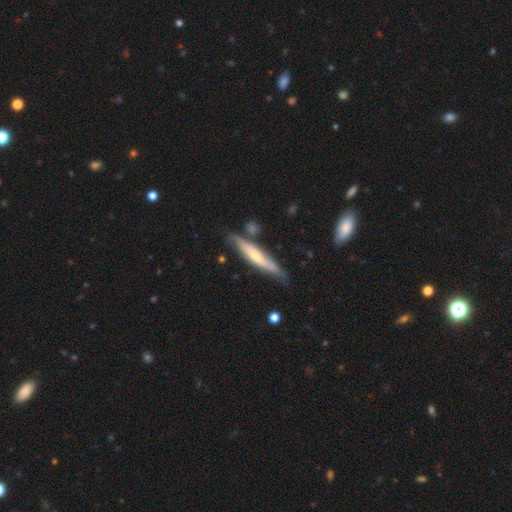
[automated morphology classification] type=featured or disk (51%); edge-on=yes (80%); merging=none (69%).